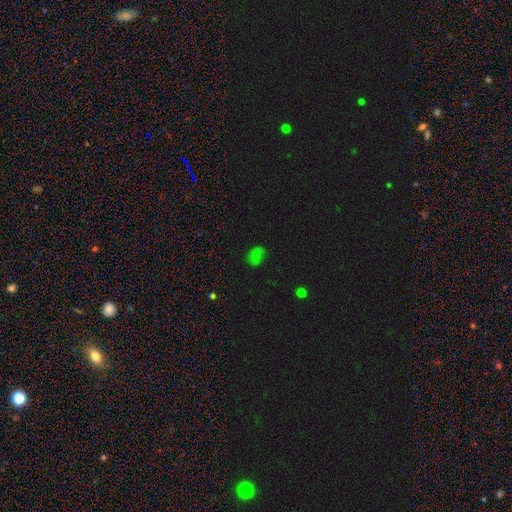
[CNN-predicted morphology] Smooth or featured? smooth (60%)
How rounded? in between (61%)
Merging? none (67%)